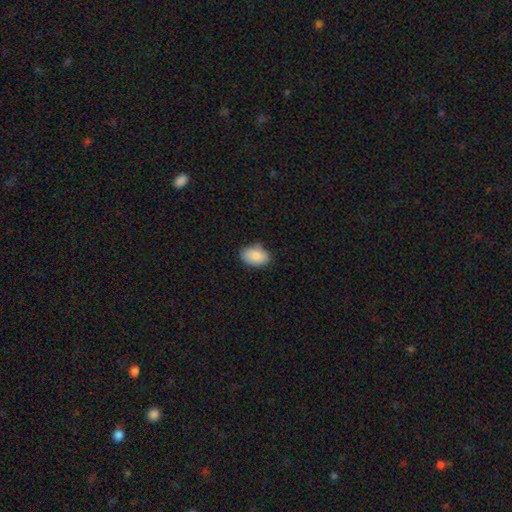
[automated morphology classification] smooth_or_featured: smooth (p=0.87) [alt: star or artifact p=0.07]
how_rounded: in between (p=0.87) [alt: round p=0.12]
merging: none (p=0.77) [alt: minor disturbance p=0.19]